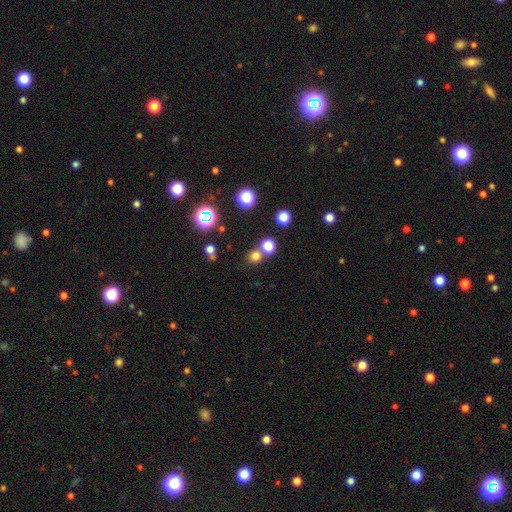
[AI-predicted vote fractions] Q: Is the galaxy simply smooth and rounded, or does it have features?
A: smooth — 71%.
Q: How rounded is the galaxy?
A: round — 85%.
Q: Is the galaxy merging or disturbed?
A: none — 65%.